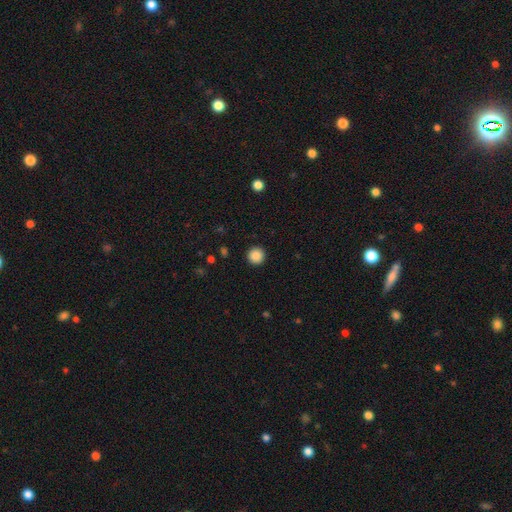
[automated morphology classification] Overall: smooth (88%). How rounded: round (96%). Merging: none (92%).